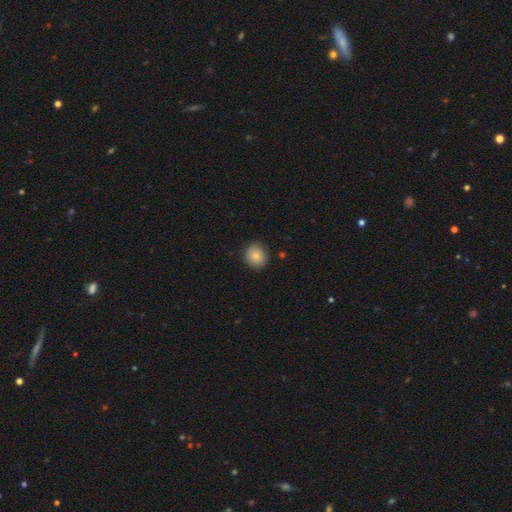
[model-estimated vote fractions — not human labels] The model was most divided on "how rounded": round: 79%, in between: 20%, cigar-shaped: 1%. More confident: merging — none (85%); smooth or featured — smooth (82%).